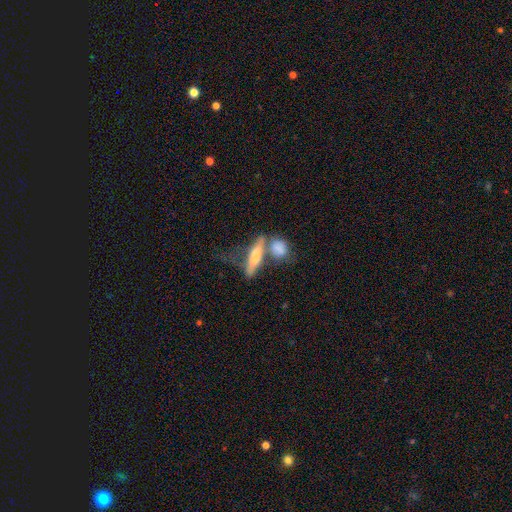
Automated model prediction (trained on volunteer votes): Morphology: type=smooth (51%); roundness=cigar-shaped (58%); merging=merger (47%).